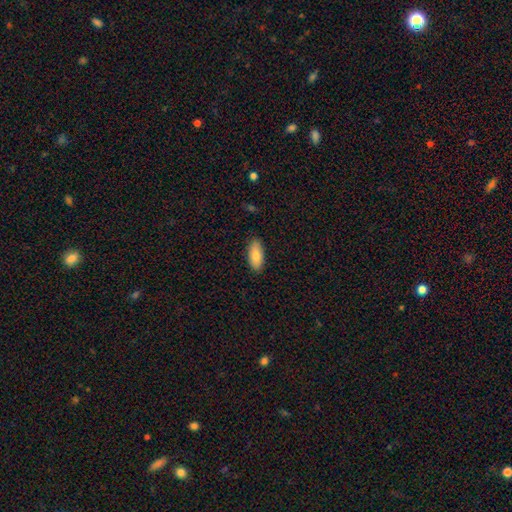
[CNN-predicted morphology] Overall: smooth (82%). How rounded: in between (87%). Merging: none (86%).